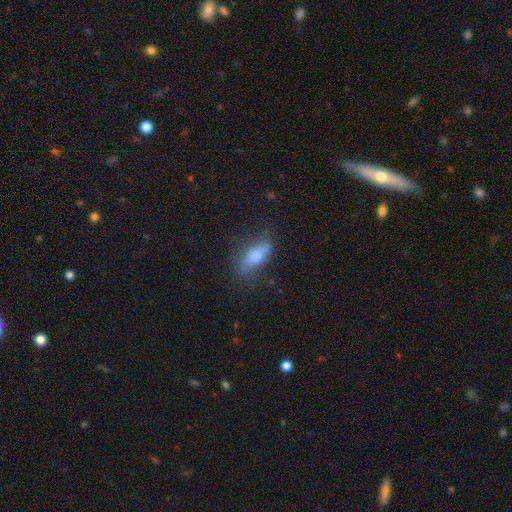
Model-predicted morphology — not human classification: Overall: smooth (47%; featured or disk 43%). Merging: none (67%).